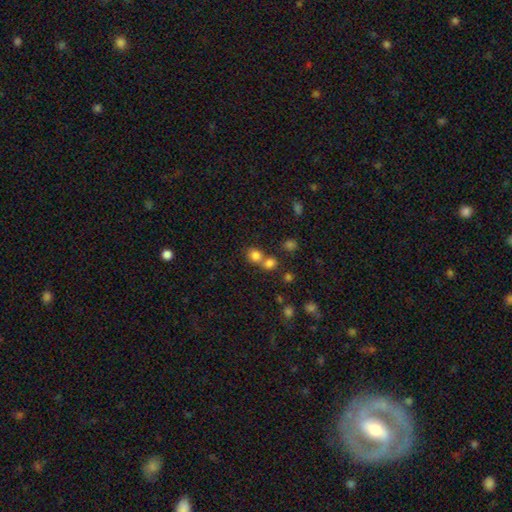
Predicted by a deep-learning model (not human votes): The model was most divided on "merging": none: 48%, merger: 42%, minor disturbance: 7%, major disturbance: 3%. More confident: smooth or featured — smooth (79%); how rounded — round (76%).